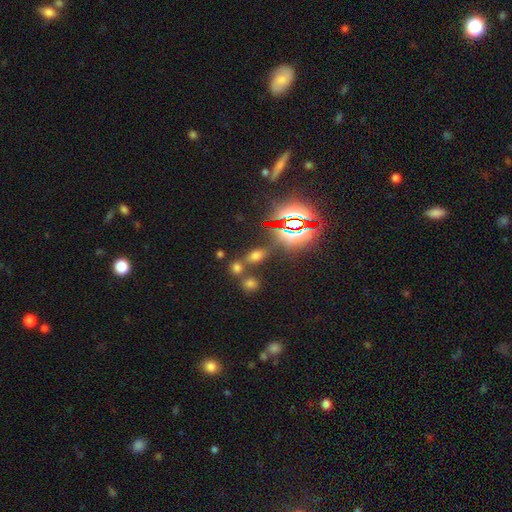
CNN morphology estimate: Smooth or featured: smooth — 49% (star or artifact — 40%)
Merging: none — 67% (merger — 18%)